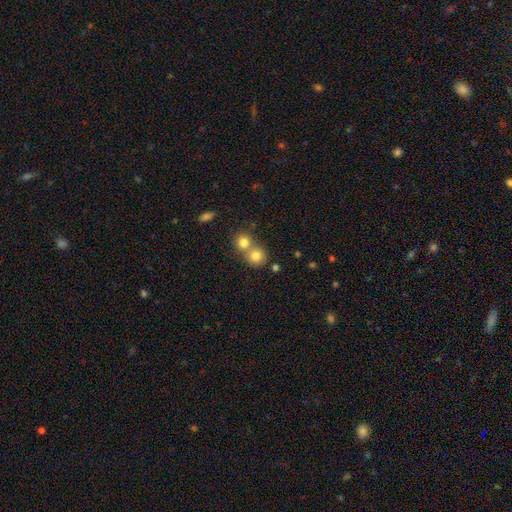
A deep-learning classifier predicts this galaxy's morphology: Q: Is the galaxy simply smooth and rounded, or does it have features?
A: smooth — 79%.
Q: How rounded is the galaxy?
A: round — 87%.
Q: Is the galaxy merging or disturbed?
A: merger — 49%.